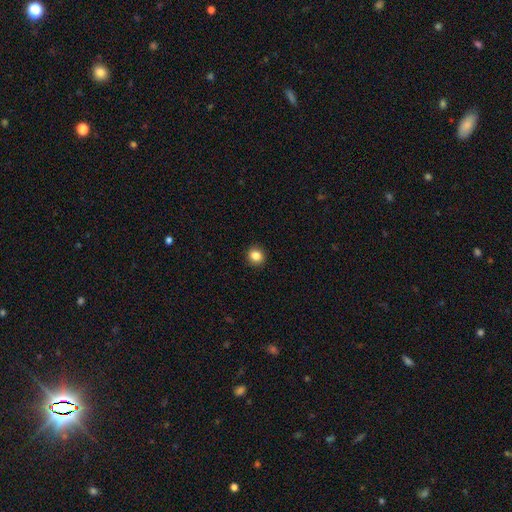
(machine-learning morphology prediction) A smooth galaxy with no disk features (85%) that is round (84%). Merging: none (91%).